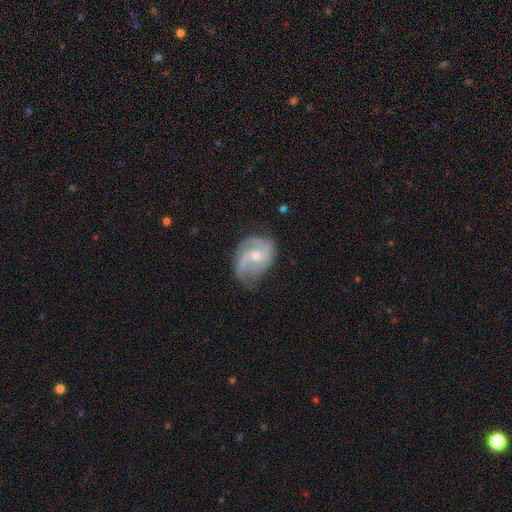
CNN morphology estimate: This is clearly a featured or disk galaxy (85%). It is clearly not viewed edge-on (97%). Bar: possibly no (56%). Spiral arm pattern: clearly yes (95%). Spiral arm count: possibly 2 (55%). Spiral winding: possibly medium (48%). Central bulge: possibly moderate (51%). Merging: possibly none (58%).